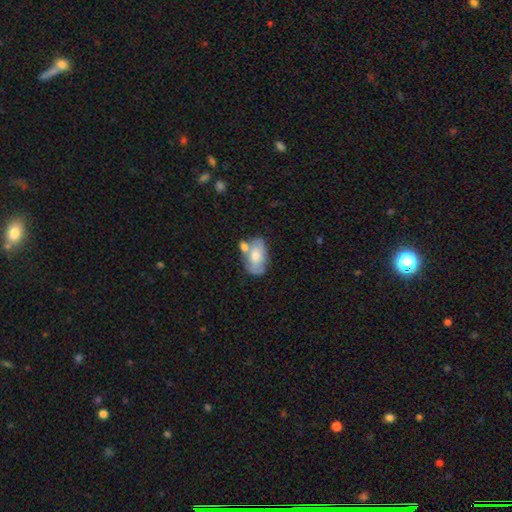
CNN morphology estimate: This appears to be a smooth galaxy with no disk features (57%) that is in between round and cigar-shaped (90%). Merging: none (41%).